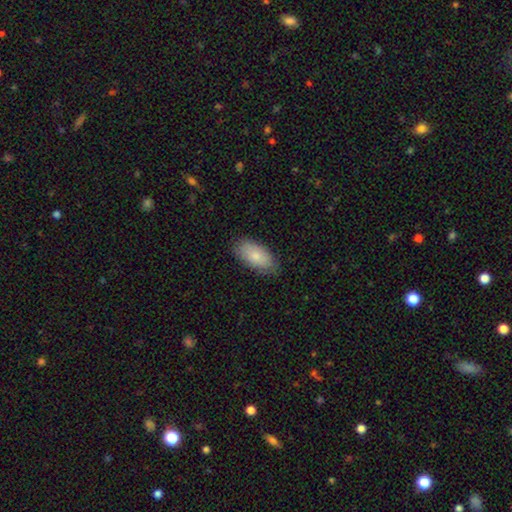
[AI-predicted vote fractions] This is clearly a smooth galaxy (82%). How rounded: clearly in between (93%). Merging: clearly none (82%).